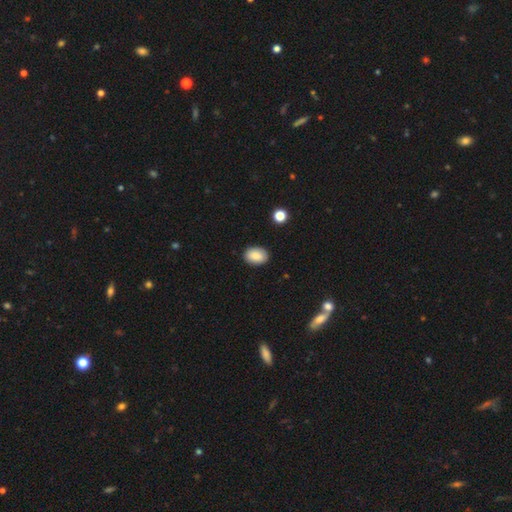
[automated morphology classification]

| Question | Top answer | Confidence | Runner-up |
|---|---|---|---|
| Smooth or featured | smooth | 87% | star or artifact (8%) |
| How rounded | in between | 79% | round (20%) |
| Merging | none | 88% | minor disturbance (8%) |